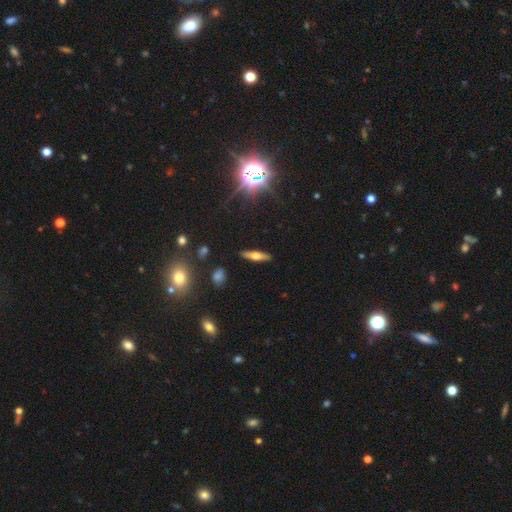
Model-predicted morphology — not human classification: A smooth galaxy with no disk features (45%). Merging: none (88%).